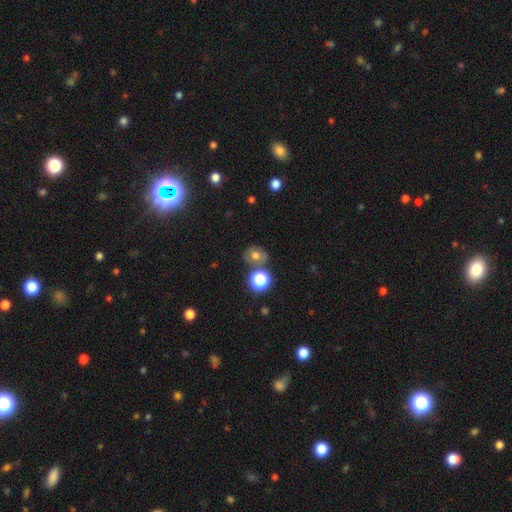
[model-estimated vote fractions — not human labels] Smooth or featured? smooth (62%)
How rounded? round (64%)
Merging? none (68%)